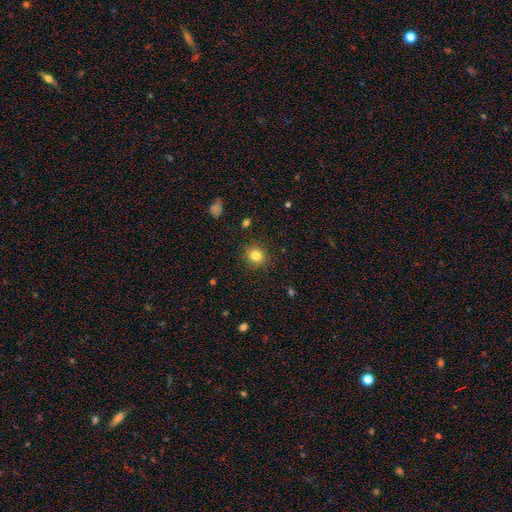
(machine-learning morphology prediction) This is clearly a smooth galaxy (82%). How rounded: clearly round (82%). Merging: clearly none (89%).